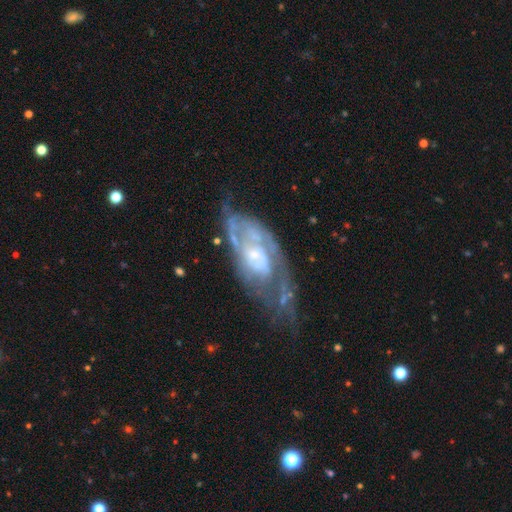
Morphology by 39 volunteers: This appears to be a featured or disk galaxy (85%) with no bar (91%), 1 (38%, tied with can't tell) loose (48%) spiral arms (66%) and a small central bulge (44%). Merging: none (37%).